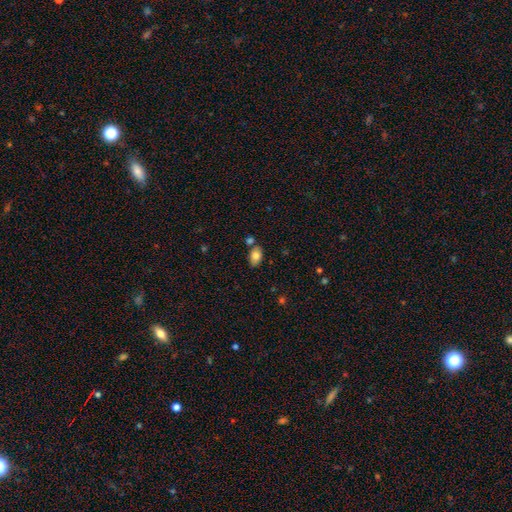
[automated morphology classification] This is likely a smooth galaxy (80%). How rounded: clearly in between (88%). Merging: likely none (73%).